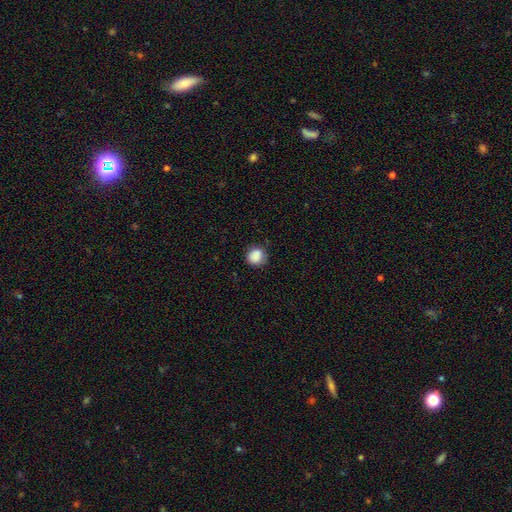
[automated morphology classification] A smooth galaxy with no disk features (87%) that is round (85%).

Vote fractions:
- Smooth or featured? smooth: 87% / star or artifact: 9% / featured or disk: 4%
- How rounded? round: 85% / in between: 14% / cigar-shaped: 1%
- Merging? none: 75% / minor disturbance: 19% / major disturbance: 4% / merger: 2%